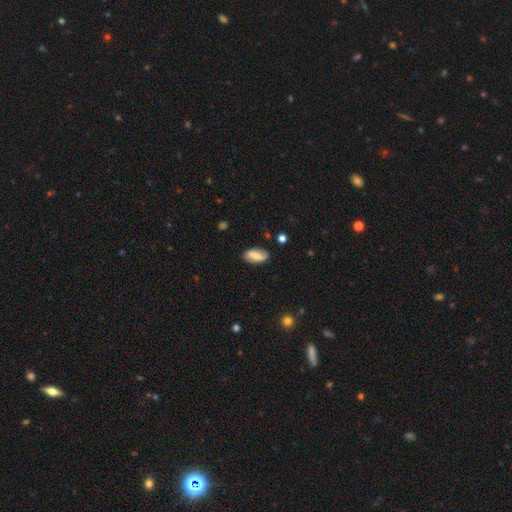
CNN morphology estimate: Overall: smooth (55%; featured or disk 38%). How rounded: in between (88%). Merging: none (82%).